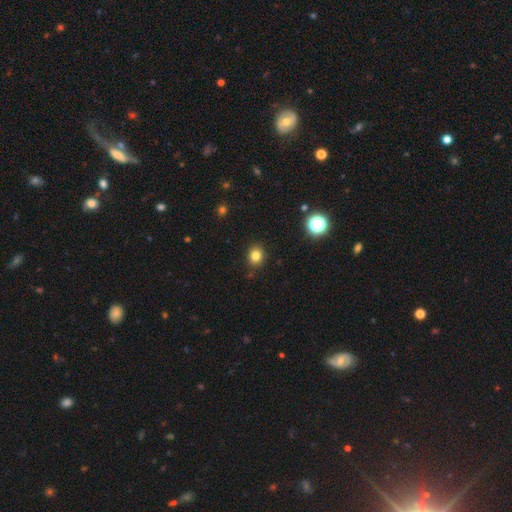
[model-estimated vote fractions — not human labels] A smooth galaxy with no disk features (81%) that is round (66%).

Vote fractions:
- Smooth or featured? smooth: 81% / star or artifact: 13% / featured or disk: 6%
- How rounded? round: 66% / in between: 33% / cigar-shaped: 1%
- Merging? none: 87% / minor disturbance: 10% / major disturbance: 2% / merger: 2%